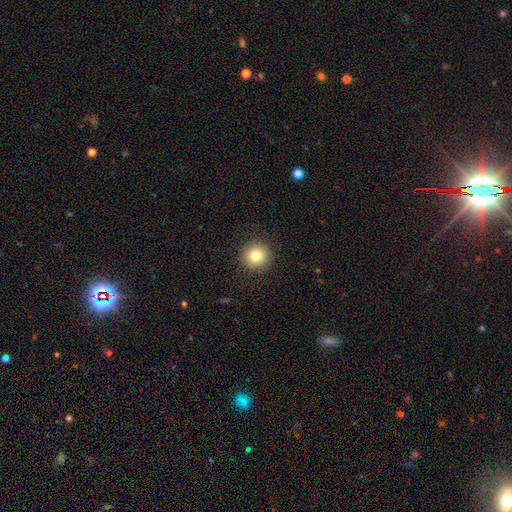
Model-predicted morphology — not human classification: Overall: smooth (81%). How rounded: round (95%). Merging: none (92%).